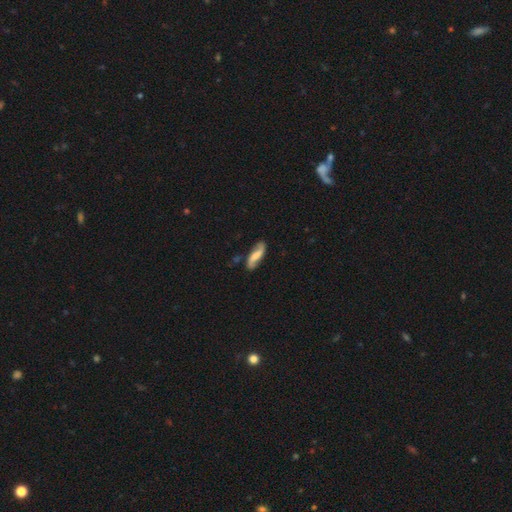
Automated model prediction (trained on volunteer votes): Q: Smooth or featured?
A: featured or disk (61%); runner-up: smooth (33%)
Q: Edge-on disk?
A: no (88%); runner-up: yes (12%)
Q: Bar?
A: weak (39%); runner-up: no (35%)
Q: Spiral arms?
A: yes (93%); runner-up: no (7%)
Q: Bulge size?
A: none (31%); runner-up: moderate (30%)
Q: Merging?
A: none (79%); runner-up: minor disturbance (15%)